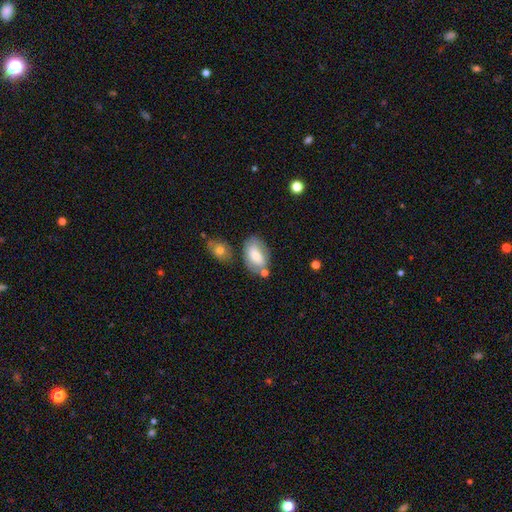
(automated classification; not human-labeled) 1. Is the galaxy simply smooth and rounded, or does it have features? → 69% smooth, 25% featured or disk, 7% star or artifact.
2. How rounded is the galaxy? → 90% in between, 8% round, 2% cigar-shaped.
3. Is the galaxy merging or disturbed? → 58% none, 21% minor disturbance, 15% merger, 7% major disturbance.